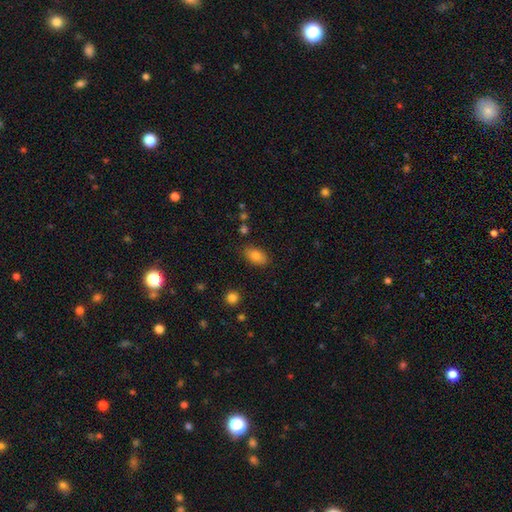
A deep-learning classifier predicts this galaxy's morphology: This appears to be a smooth galaxy with no disk features (83%) that is in between round and cigar-shaped (91%). Merging: none (83%).